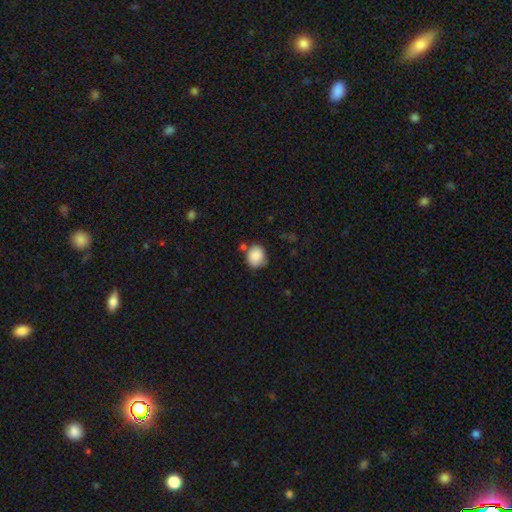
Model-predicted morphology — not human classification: Smooth or featured?
  - smooth: 86% *
  - star or artifact: 8%
  - featured or disk: 6%
How rounded?
  - round: 70% *
  - in between: 29%
  - cigar-shaped: 1%
Merging?
  - none: 63% *
  - minor disturbance: 22%
  - merger: 10%
  - major disturbance: 5%